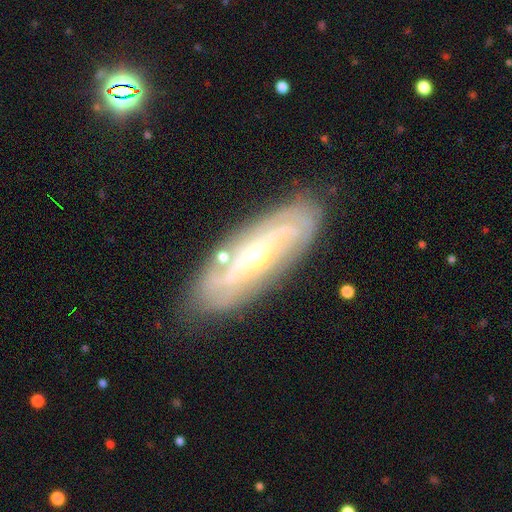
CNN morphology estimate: The model was most divided on "spiral arm count": can't tell: 42%, 2: 36%, 3: 9%, 4: 6%, more than 4: 4%, 1: 4%. More confident: spiral arms — yes (86%); edge-on disk — no (82%); merging — none (81%); smooth or featured — featured or disk (79%); bulge size — small (57%); spiral winding — tight (53%); bar — no (51%).